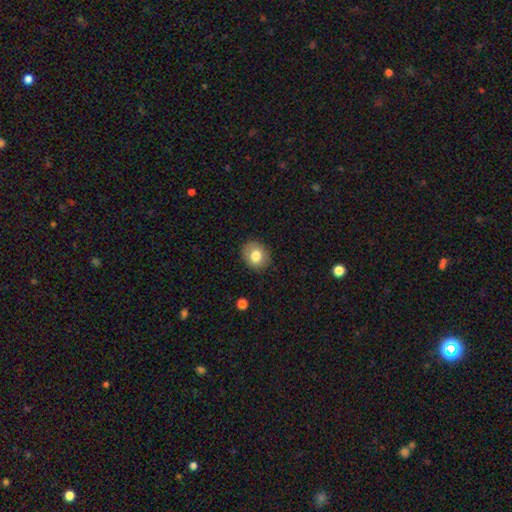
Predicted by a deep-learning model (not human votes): smooth 79%, featured or disk 12%, star or artifact 8%. Down the decision tree: how rounded — round (69%); merging — none (85%).